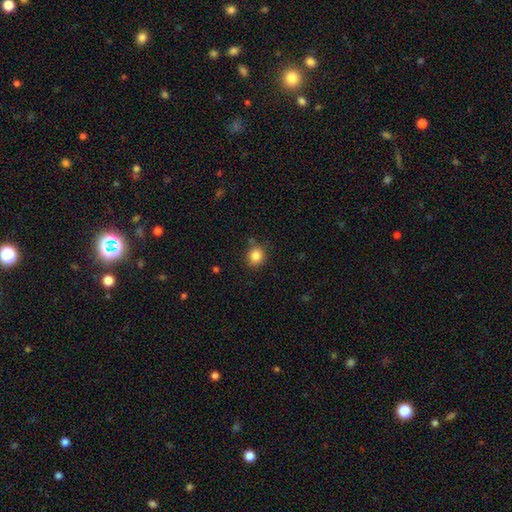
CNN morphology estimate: Smooth or featured?
  - smooth: 85% *
  - star or artifact: 10%
  - featured or disk: 5%
How rounded?
  - round: 82% *
  - in between: 17%
  - cigar-shaped: 1%
Merging?
  - none: 80% *
  - minor disturbance: 13%
  - merger: 4%
  - major disturbance: 3%